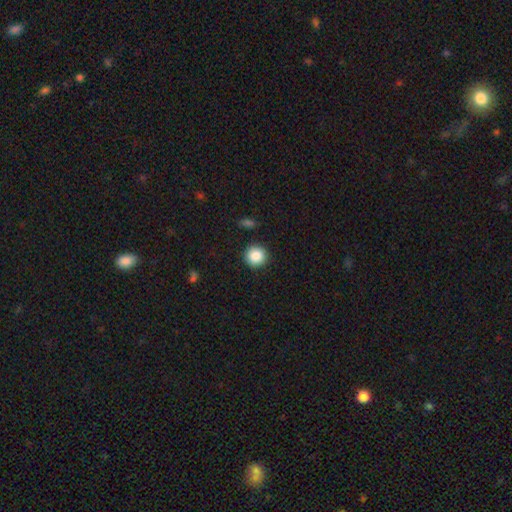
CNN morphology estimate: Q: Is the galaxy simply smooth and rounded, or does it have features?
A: smooth — 87%.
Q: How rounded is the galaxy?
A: round — 94%.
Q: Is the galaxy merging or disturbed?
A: none — 90%.